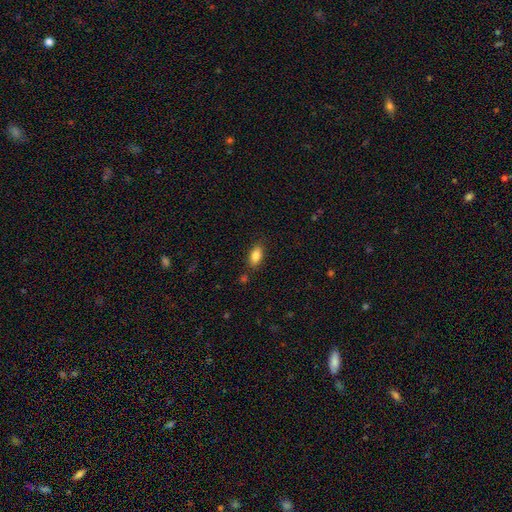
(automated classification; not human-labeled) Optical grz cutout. It shows a smooth galaxy with no disk features (84%) that is in between round and cigar-shaped (89%). Merging: none (82%).